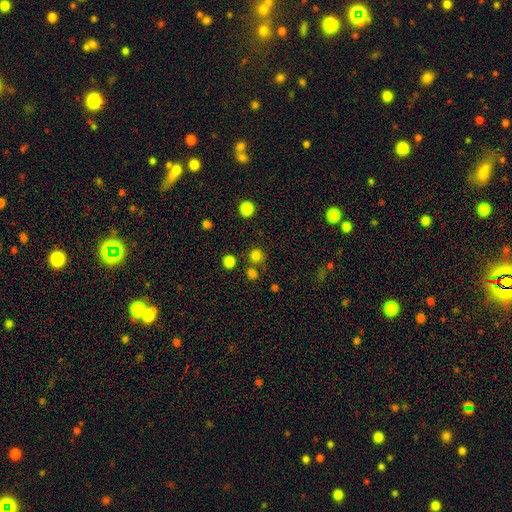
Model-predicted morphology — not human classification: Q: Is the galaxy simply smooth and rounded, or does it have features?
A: smooth — 79%.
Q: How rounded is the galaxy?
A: round — 91%.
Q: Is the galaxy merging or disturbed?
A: none — 74%.